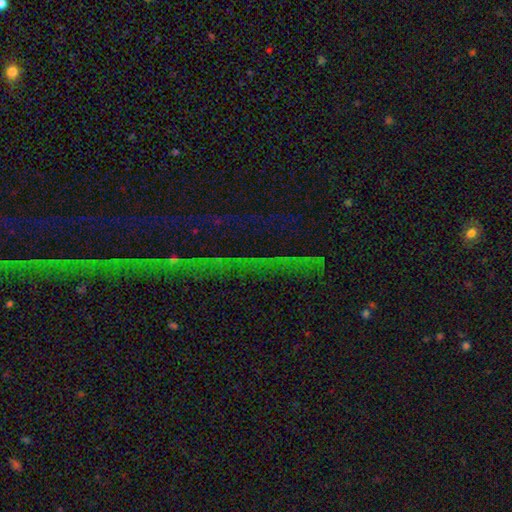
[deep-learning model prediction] Q: Smooth or featured?
A: star or artifact (75%); runner-up: featured or disk (14%)